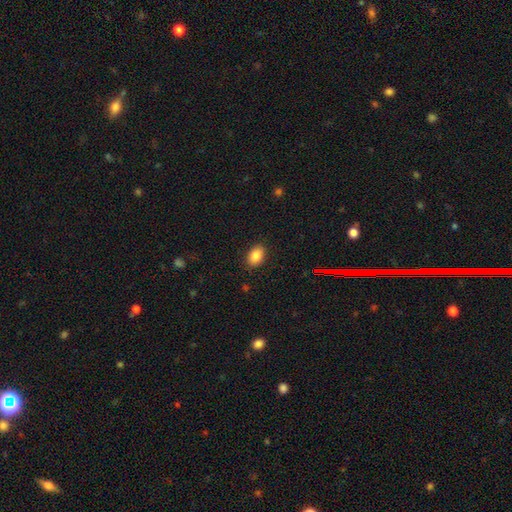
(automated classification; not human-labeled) The model was most divided on "how rounded": in between: 82%, round: 17%, cigar-shaped: 1%. More confident: merging — none (88%); smooth or featured — smooth (86%).